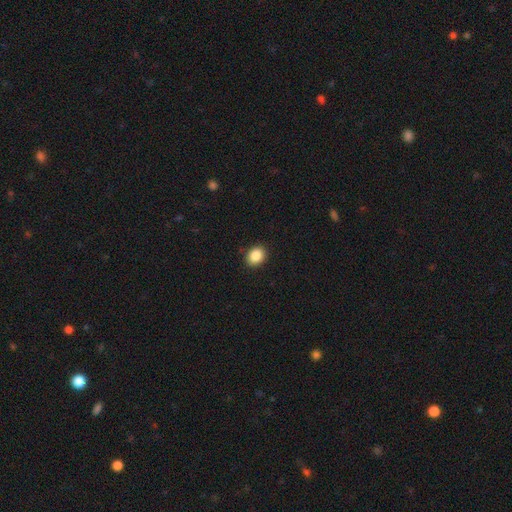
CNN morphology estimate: A smooth galaxy with no disk features (88%) that is in between round and cigar-shaped (52%).

Vote fractions:
- Smooth or featured? smooth: 88% / star or artifact: 8% / featured or disk: 3%
- How rounded? in between: 52% / round: 47% / cigar-shaped: 1%
- Merging? none: 90% / minor disturbance: 7% / major disturbance: 2% / merger: 1%